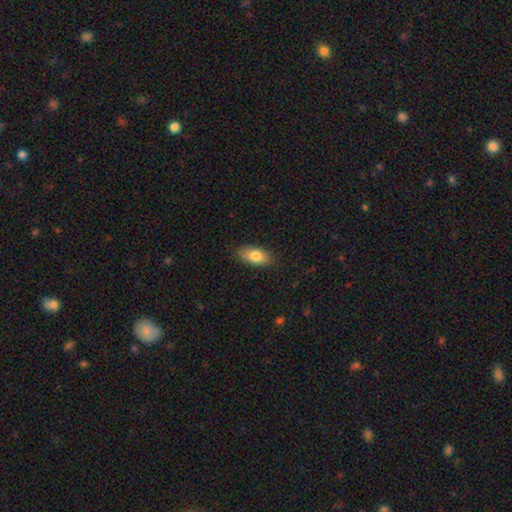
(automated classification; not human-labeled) smooth 81%, featured or disk 12%, star or artifact 7%. Down the decision tree: how rounded — in between (88%); merging — none (85%).